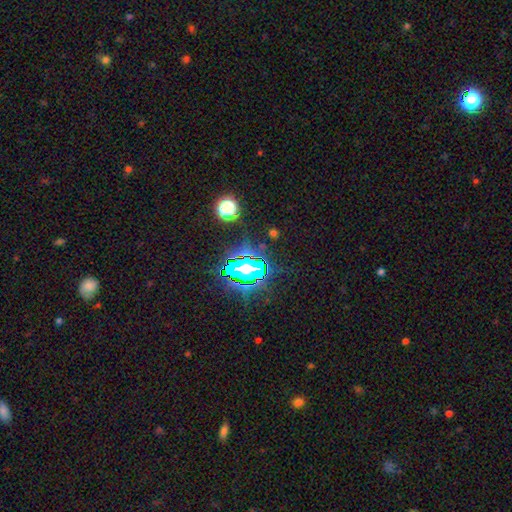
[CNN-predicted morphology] This is likely a star or artifact rather than a galaxy (79%).